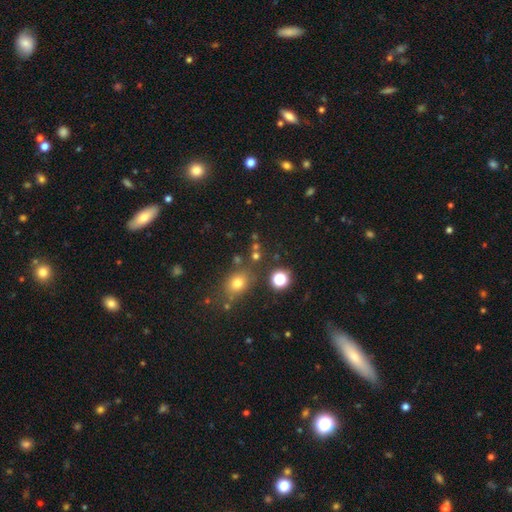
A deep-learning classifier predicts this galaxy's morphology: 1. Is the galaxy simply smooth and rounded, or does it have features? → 63% smooth, 28% star or artifact, 9% featured or disk.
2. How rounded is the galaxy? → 75% round, 24% in between, 2% cigar-shaped.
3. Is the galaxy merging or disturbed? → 71% none, 14% merger, 10% minor disturbance, 5% major disturbance.